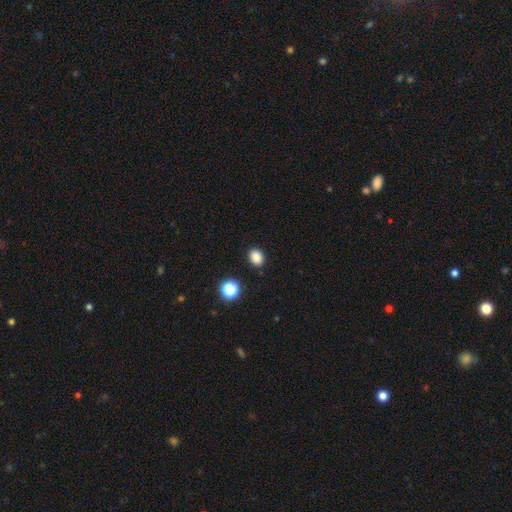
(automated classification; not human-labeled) smooth_or_featured: smooth (p=0.85) [alt: star or artifact p=0.12]
how_rounded: in between (p=0.50) [alt: round p=0.49]
merging: none (p=0.88) [alt: minor disturbance p=0.08]